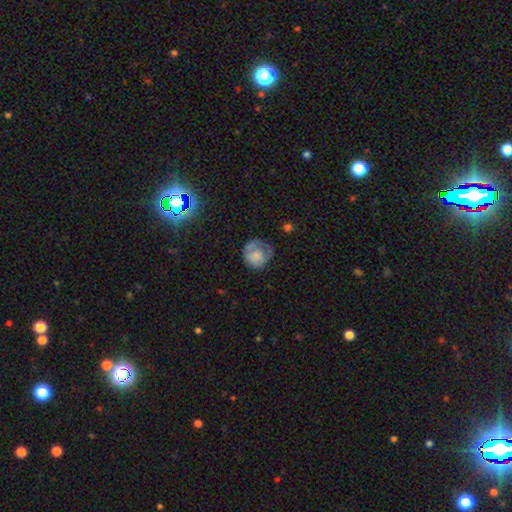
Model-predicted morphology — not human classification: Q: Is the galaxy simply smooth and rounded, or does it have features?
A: smooth — 62%.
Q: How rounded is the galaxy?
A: round — 82%.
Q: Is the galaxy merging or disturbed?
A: none — 48%.